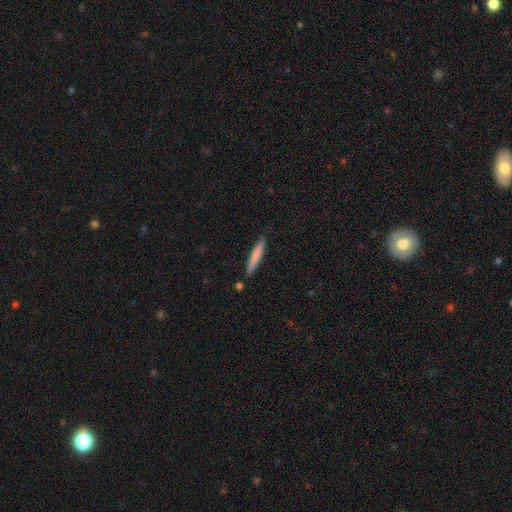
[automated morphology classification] smooth_or_featured: smooth (p=0.77) [alt: featured or disk p=0.18]
how_rounded: cigar-shaped (p=0.94) [alt: in between p=0.05]
merging: none (p=0.86) [alt: minor disturbance p=0.10]